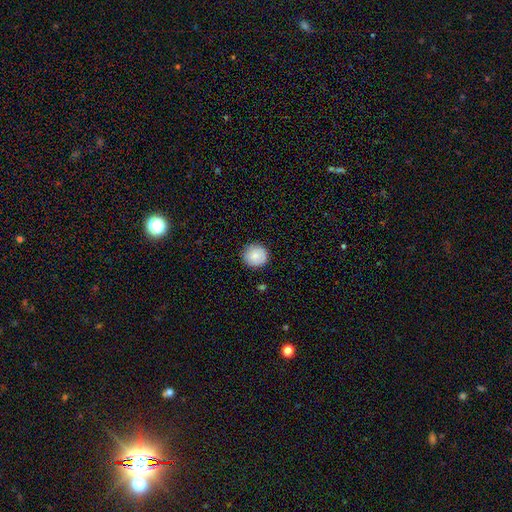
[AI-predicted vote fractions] Morphology: type=smooth (83%); roundness=round (93%); merging=none (88%).